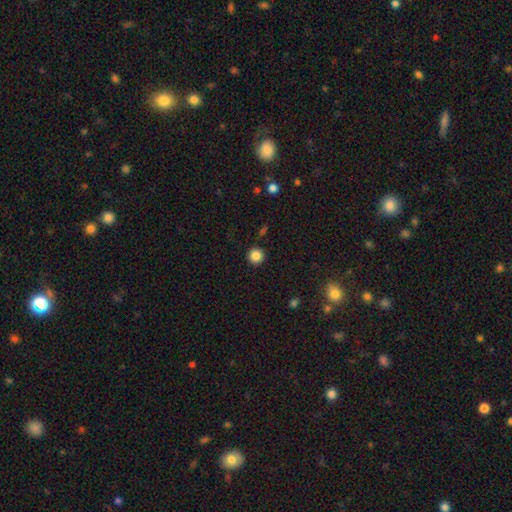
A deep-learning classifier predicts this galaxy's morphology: This is clearly a smooth galaxy (86%). How rounded: clearly round (95%). Merging: clearly none (91%).